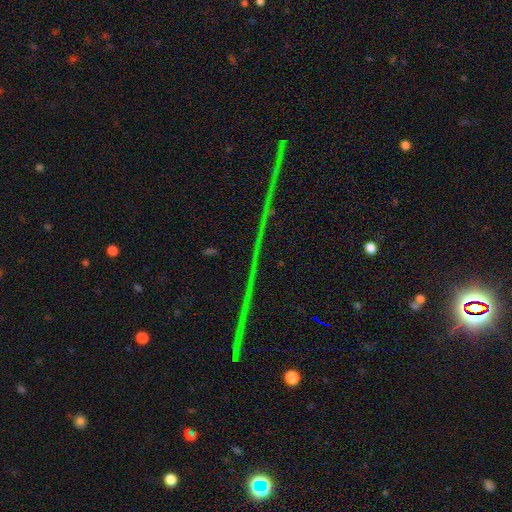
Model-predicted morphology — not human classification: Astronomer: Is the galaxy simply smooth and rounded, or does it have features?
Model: star or artifact — 83%.